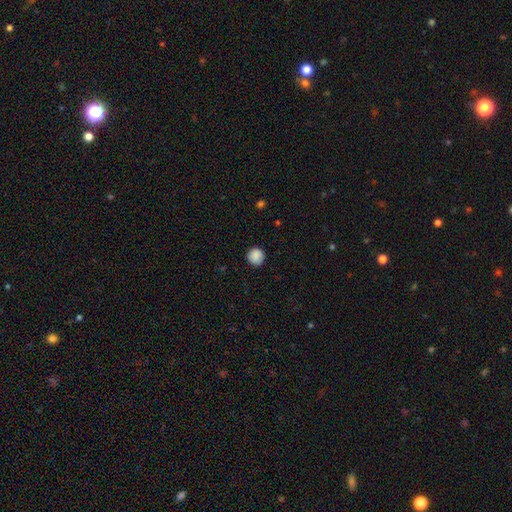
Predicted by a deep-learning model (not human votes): Overall: smooth (88%). How rounded: round (94%). Merging: none (88%).